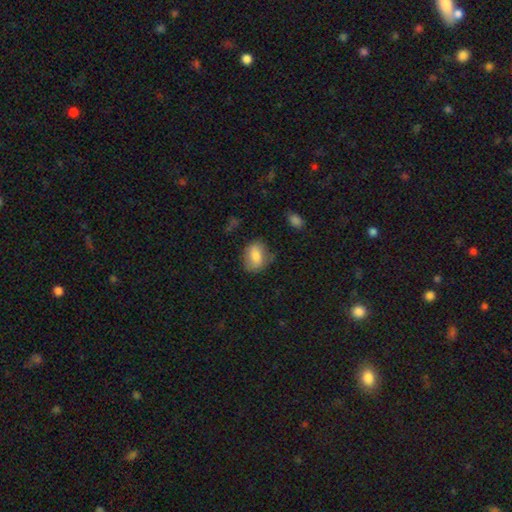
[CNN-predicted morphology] The model was most divided on "merging": none: 65%, minor disturbance: 25%, major disturbance: 8%, merger: 2%. More confident: smooth or featured — smooth (76%); how rounded — in between (69%).